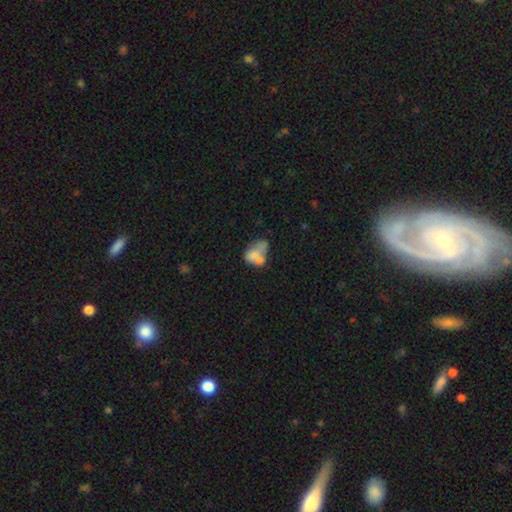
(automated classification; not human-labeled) smooth-or-featured: smooth: 62% | featured or disk: 29% | star or artifact: 10%
  how-rounded: in between: 76% | round: 23% | cigar-shaped: 1%
  merging: merger: 46% | none: 21% | minor disturbance: 17% | major disturbance: 16%